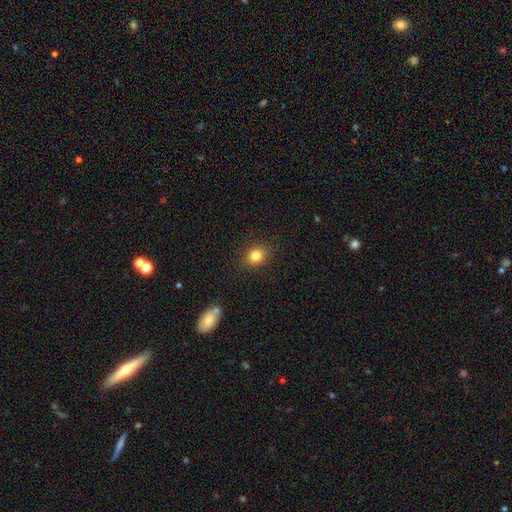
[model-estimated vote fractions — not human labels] This is clearly a smooth galaxy (83%). How rounded: possibly round (52%). Merging: clearly none (87%).